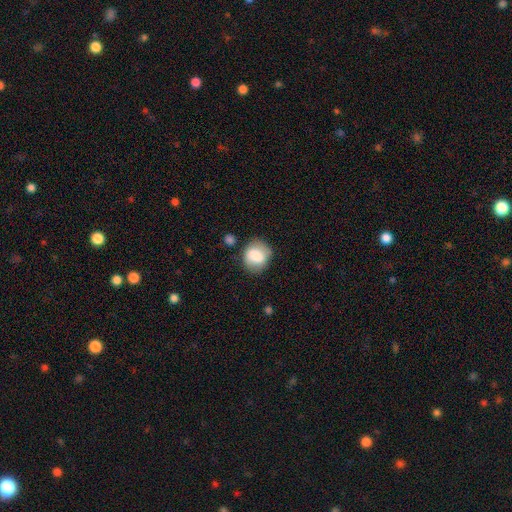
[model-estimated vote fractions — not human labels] The model was most divided on "how rounded": round: 67%, in between: 32%, cigar-shaped: 1%. More confident: smooth or featured — smooth (76%); merging — none (66%).